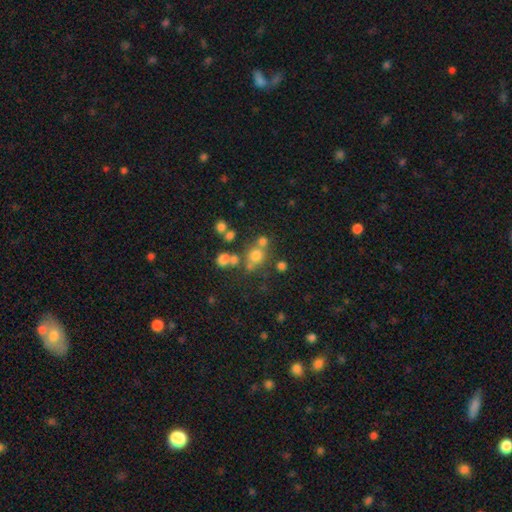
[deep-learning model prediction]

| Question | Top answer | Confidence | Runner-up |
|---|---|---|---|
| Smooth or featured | smooth | 63% | star or artifact (21%) |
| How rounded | round | 82% | in between (17%) |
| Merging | none | 56% | merger (27%) |